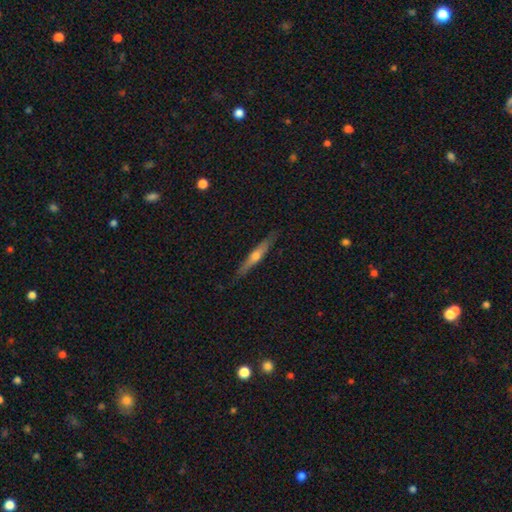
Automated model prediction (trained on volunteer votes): The model was most divided on "smooth or featured": featured or disk: 60%, smooth: 34%, star or artifact: 6%. More confident: edge-on disk — yes (96%); merging — none (87%); edge-on bulge — rounded (86%).